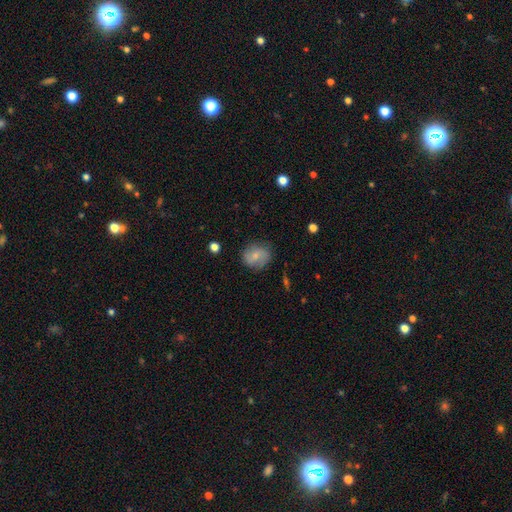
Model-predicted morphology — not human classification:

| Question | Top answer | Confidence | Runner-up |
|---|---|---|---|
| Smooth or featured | smooth | 63% | featured or disk (29%) |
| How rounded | round | 71% | in between (28%) |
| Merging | none | 75% | minor disturbance (18%) |